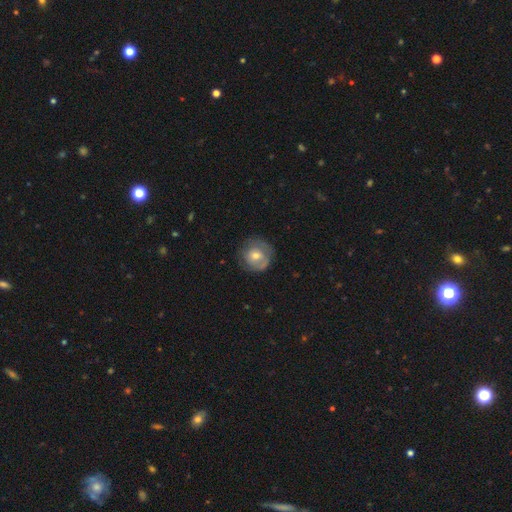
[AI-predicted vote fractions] Smooth or featured? Predicted: smooth (p=0.53). How rounded? Predicted: round (p=0.90). Merging? Predicted: none (p=0.70).